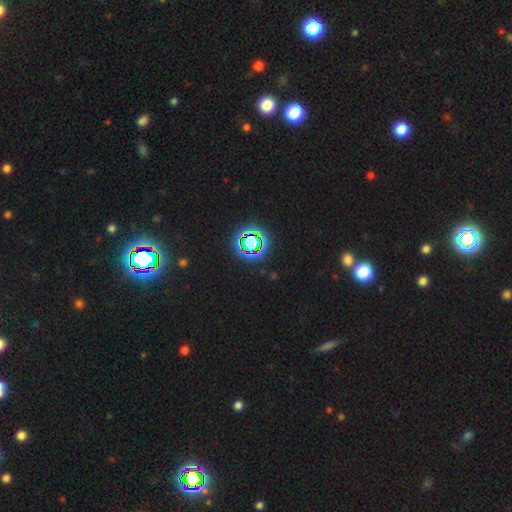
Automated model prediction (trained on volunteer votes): Smooth or featured? star or artifact (76%)